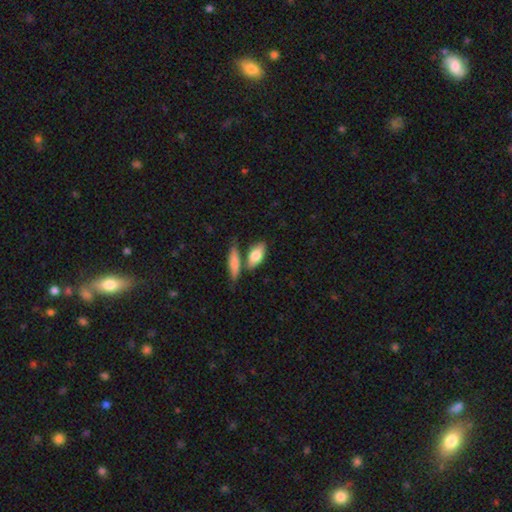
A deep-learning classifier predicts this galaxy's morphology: type=smooth (75%); roundness=in between (75%); merging=none (60%).